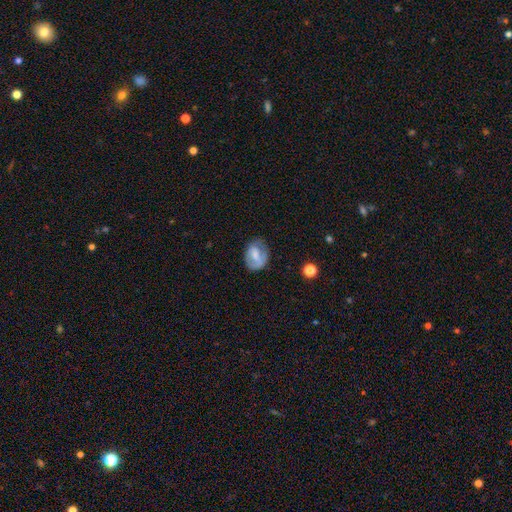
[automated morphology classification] smooth_or_featured: smooth (p=0.55) [alt: featured or disk p=0.36]
how_rounded: in between (p=0.66) [alt: round p=0.32]
merging: none (p=0.60) [alt: minor disturbance p=0.26]